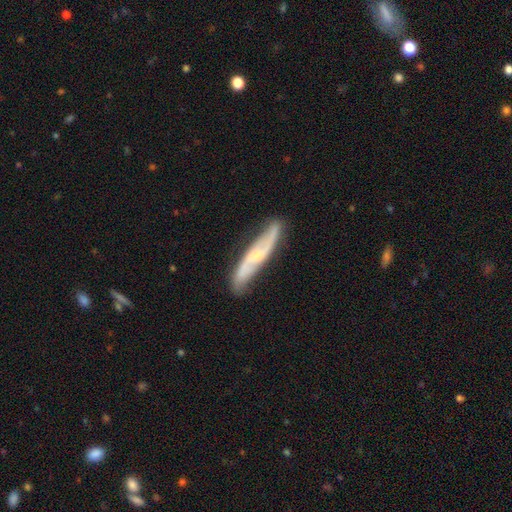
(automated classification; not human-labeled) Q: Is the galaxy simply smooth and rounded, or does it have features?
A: featured or disk — 75%.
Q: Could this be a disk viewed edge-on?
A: no — 70%.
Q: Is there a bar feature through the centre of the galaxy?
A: no — 47%.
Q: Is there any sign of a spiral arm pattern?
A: yes — 94%.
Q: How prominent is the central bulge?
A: small — 56%.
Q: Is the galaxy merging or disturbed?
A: none — 79%.